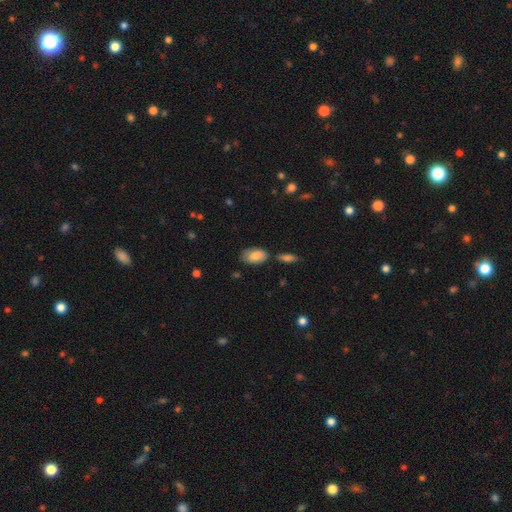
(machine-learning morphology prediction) This appears to be a smooth galaxy with no disk features (82%) that is in between round and cigar-shaped (93%). Merging: none (68%).